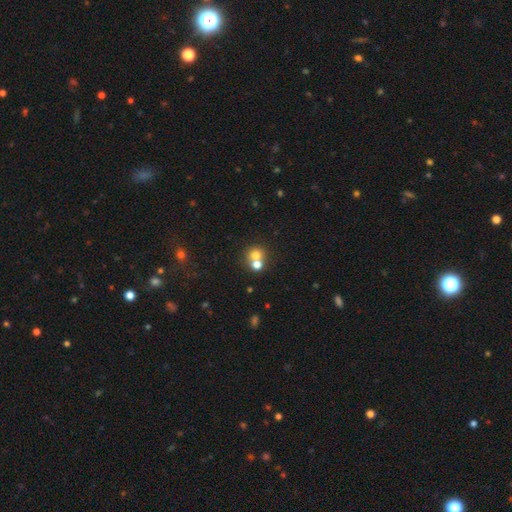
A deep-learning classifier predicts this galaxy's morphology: smooth 70%, star or artifact 15%, featured or disk 15%. Down the decision tree: how rounded — round (85%); merging — merger (48%).